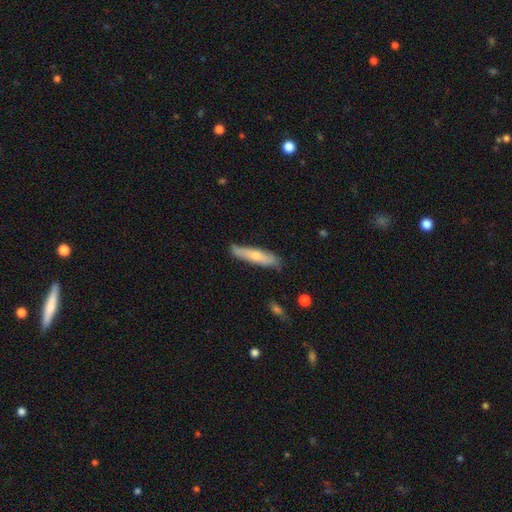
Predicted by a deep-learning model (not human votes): smooth-or-featured: smooth: 61% | featured or disk: 33% | star or artifact: 6%
  how-rounded: cigar-shaped: 81% | in between: 18% | round: 2%
  merging: none: 77% | minor disturbance: 18% | major disturbance: 3% | merger: 2%